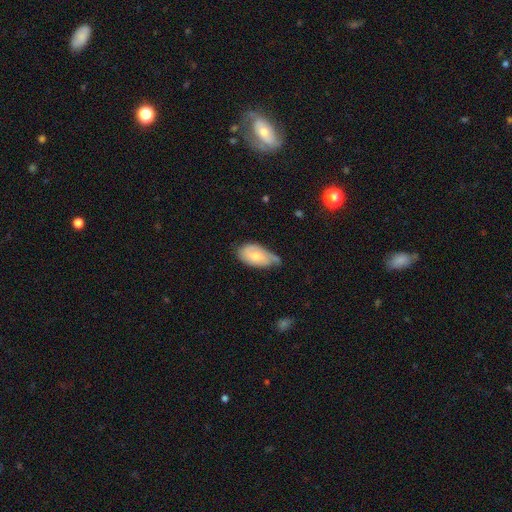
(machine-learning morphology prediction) Smooth or featured? smooth (51%)
How rounded? in between (92%)
Merging? minor disturbance (45%)